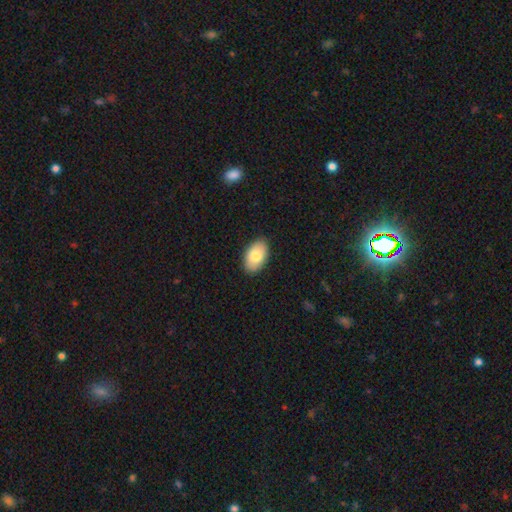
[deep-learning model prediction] This appears to be a smooth galaxy with no disk features (81%) that is in between round and cigar-shaped (94%). Merging: none (88%).